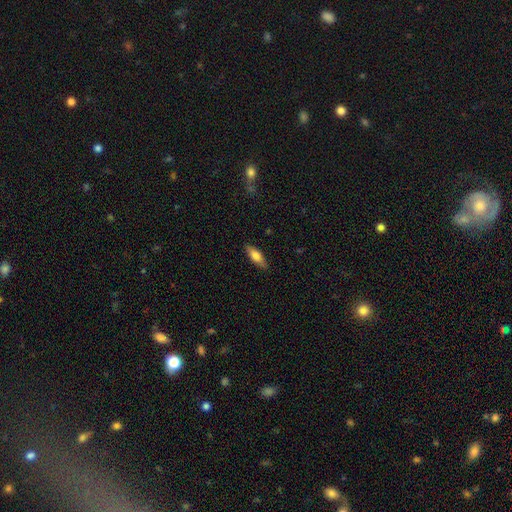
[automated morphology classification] Smooth or featured? smooth (70%)
How rounded? in between (58%)
Merging? none (86%)